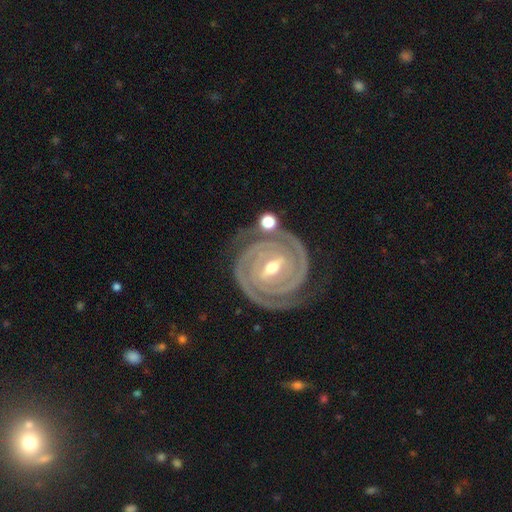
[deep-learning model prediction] Smooth or featured: featured or disk — 91% (star or artifact — 5%)
Edge-on disk: no — 97% (yes — 3%)
Bar: strong — 39% (weak — 38%)
Spiral arms: yes — 99% (no — 1%)
Spiral winding: tight — 85% (medium — 13%)
Spiral arm count: 2 — 73% (3 — 13%)
Bulge size: moderate — 52% (small — 45%)
Merging: none — 79% (minor disturbance — 12%)